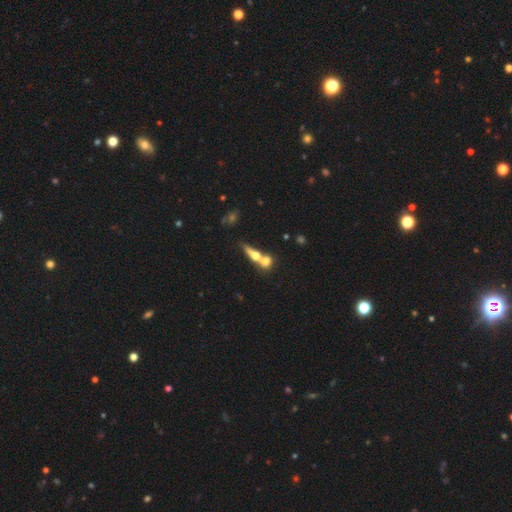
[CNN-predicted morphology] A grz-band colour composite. It shows a smooth galaxy with no disk features (54%) that is cigar-shaped (37%). Merging: merger (61%).